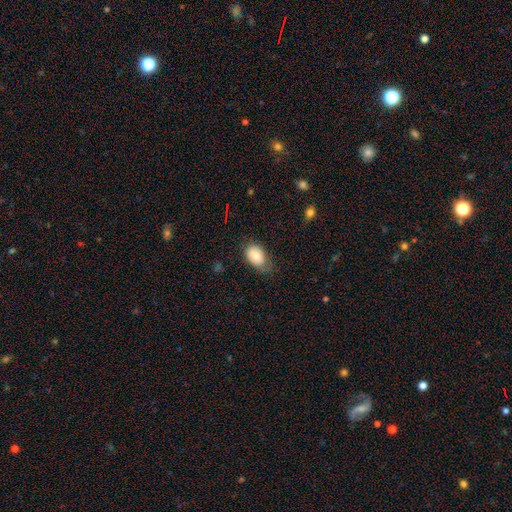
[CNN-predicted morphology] Smooth or featured?
  - smooth: 78% *
  - featured or disk: 15%
  - star or artifact: 7%
How rounded?
  - in between: 89% *
  - round: 10%
  - cigar-shaped: 1%
Merging?
  - none: 52% *
  - minor disturbance: 35%
  - major disturbance: 12%
  - merger: 2%